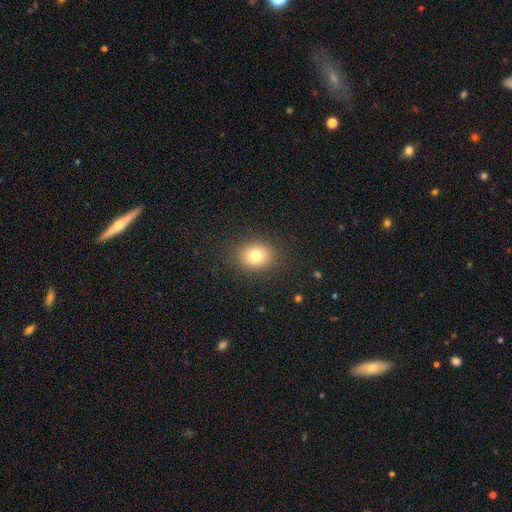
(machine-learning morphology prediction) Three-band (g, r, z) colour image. It shows a smooth galaxy with no disk features (76%) that is round (59%). Merging: none (88%).